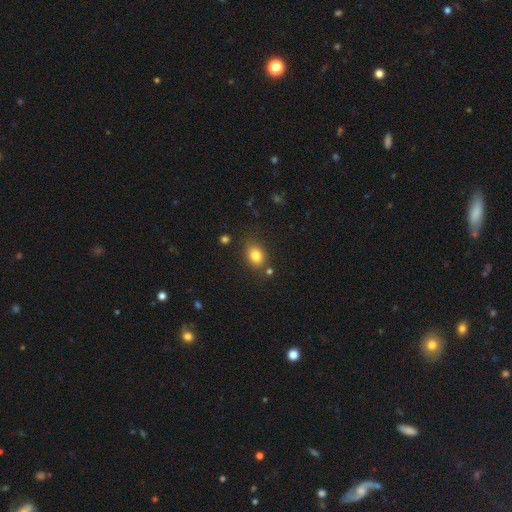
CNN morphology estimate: Smooth or featured: smooth — 81% (star or artifact — 11%)
How rounded: in between — 69% (round — 30%)
Merging: none — 78% (minor disturbance — 13%)